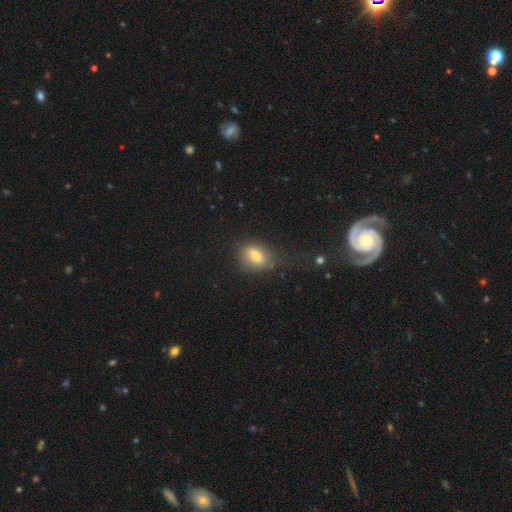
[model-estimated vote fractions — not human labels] Q: Smooth or featured?
A: smooth (76%); runner-up: featured or disk (14%)
Q: How rounded?
A: in between (75%); runner-up: round (22%)
Q: Merging?
A: none (54%); runner-up: minor disturbance (26%)